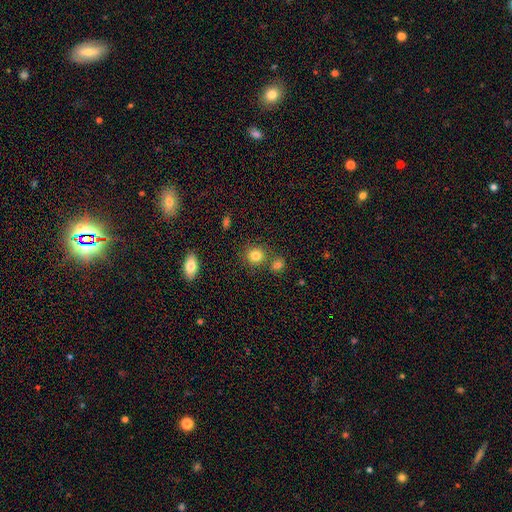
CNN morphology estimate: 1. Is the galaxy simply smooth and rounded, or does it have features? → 83% smooth, 11% star or artifact, 6% featured or disk.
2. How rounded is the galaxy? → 82% round, 17% in between, 1% cigar-shaped.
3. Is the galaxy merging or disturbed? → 70% none, 17% merger, 9% minor disturbance, 3% major disturbance.